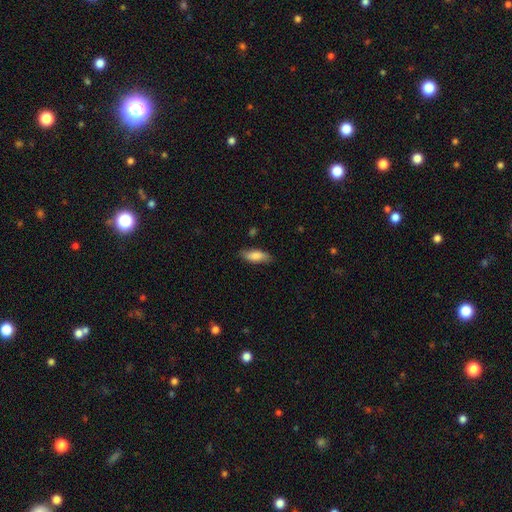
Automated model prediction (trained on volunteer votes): smooth 83%, featured or disk 11%, star or artifact 6%. Down the decision tree: how rounded — in between (68%); merging — none (81%).